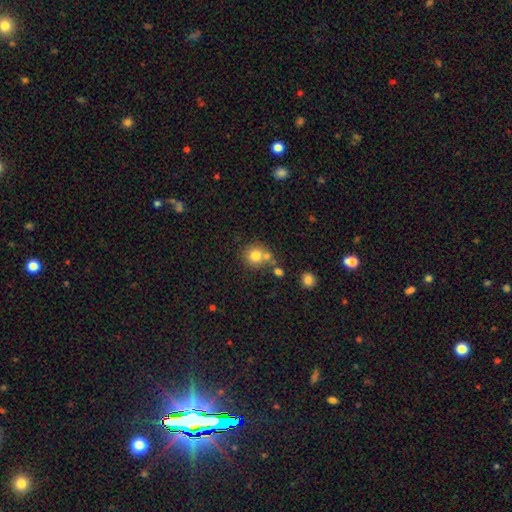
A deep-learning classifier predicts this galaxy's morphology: This is likely a smooth galaxy (77%). How rounded: clearly round (89%). Merging: possibly none (58%).